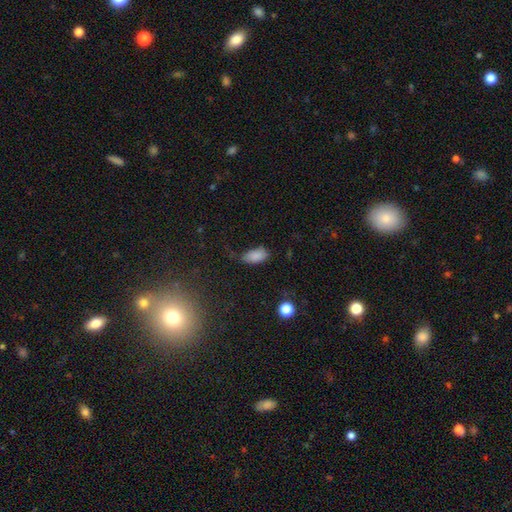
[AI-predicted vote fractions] Morphology: type=smooth (84%); roundness=in between (92%); merging=none (54%).